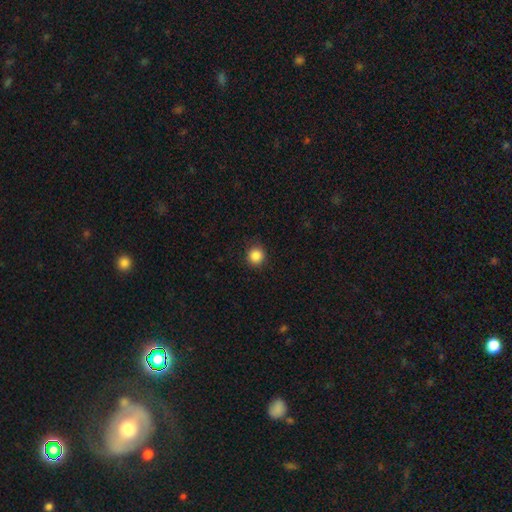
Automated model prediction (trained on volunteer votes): Smooth or featured? smooth (87%)
How rounded? round (93%)
Merging? none (90%)